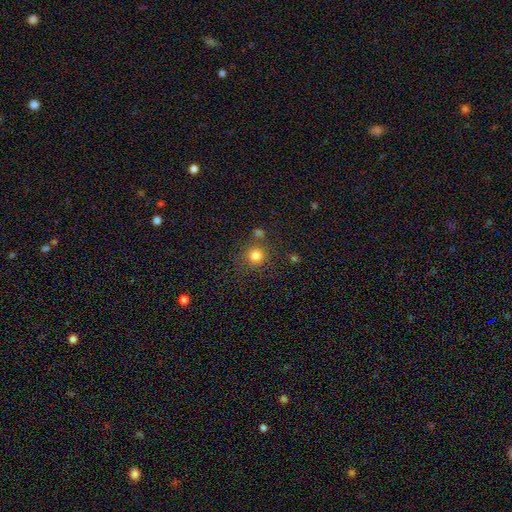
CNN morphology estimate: A smooth galaxy with no disk features (80%) that is round (92%).

Vote fractions:
- Smooth or featured? smooth: 80% / star or artifact: 14% / featured or disk: 6%
- How rounded? round: 92% / in between: 7% / cigar-shaped: 1%
- Merging? none: 75% / merger: 12% / minor disturbance: 10% / major disturbance: 4%